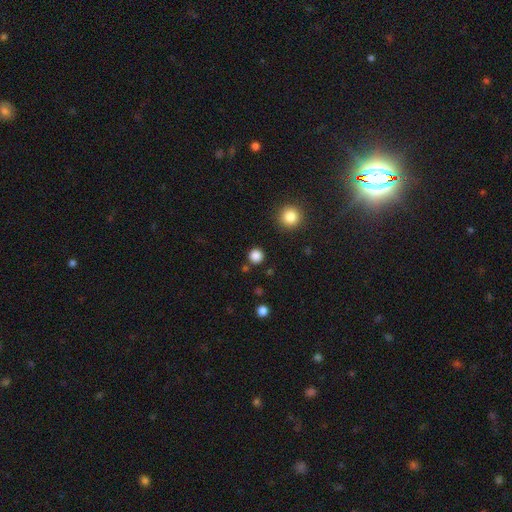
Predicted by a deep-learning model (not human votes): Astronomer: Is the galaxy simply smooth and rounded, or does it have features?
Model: smooth — 84%.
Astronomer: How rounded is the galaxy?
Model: round — 95%.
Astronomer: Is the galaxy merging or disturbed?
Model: none — 89%.